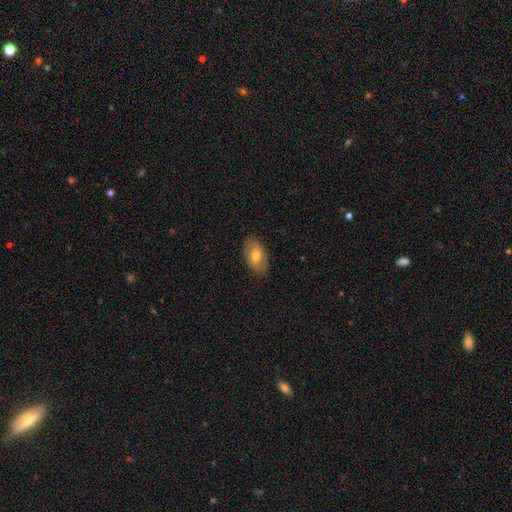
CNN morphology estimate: Overall: smooth (65%; featured or disk 28%). How rounded: in between (91%). Merging: none (85%).